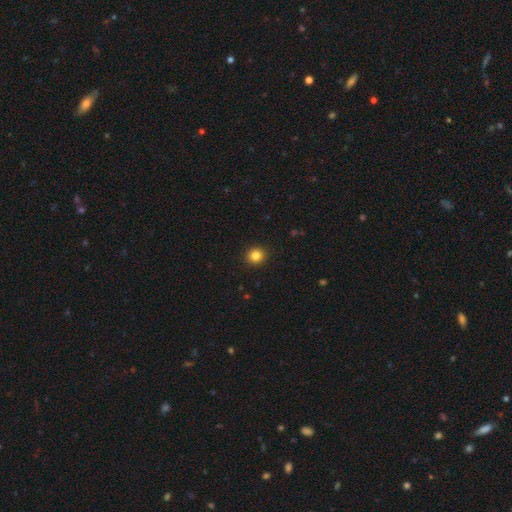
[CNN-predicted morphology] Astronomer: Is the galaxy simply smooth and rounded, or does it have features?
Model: smooth — 84%.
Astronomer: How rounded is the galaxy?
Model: round — 89%.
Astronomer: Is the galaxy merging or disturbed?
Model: none — 92%.